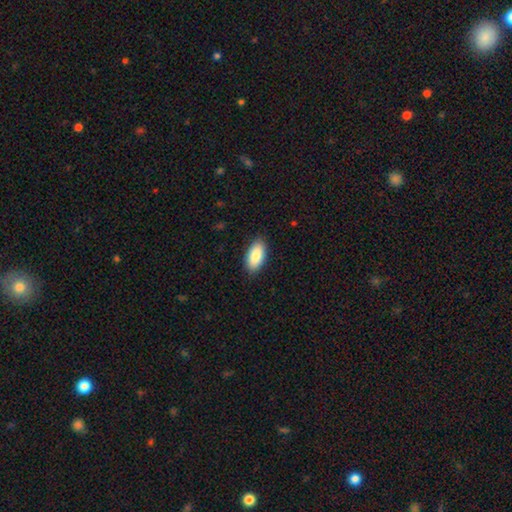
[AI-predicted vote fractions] Overall: smooth (89%). How rounded: in between (94%). Merging: none (88%).